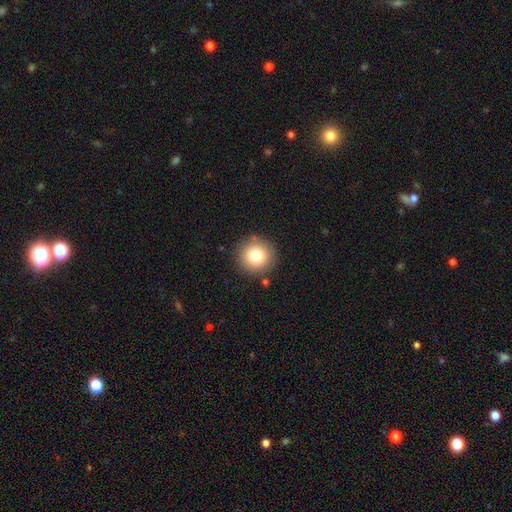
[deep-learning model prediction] Smooth or featured: smooth — 81% (star or artifact — 10%)
How rounded: round — 95% (in between — 5%)
Merging: none — 87% (minor disturbance — 8%)